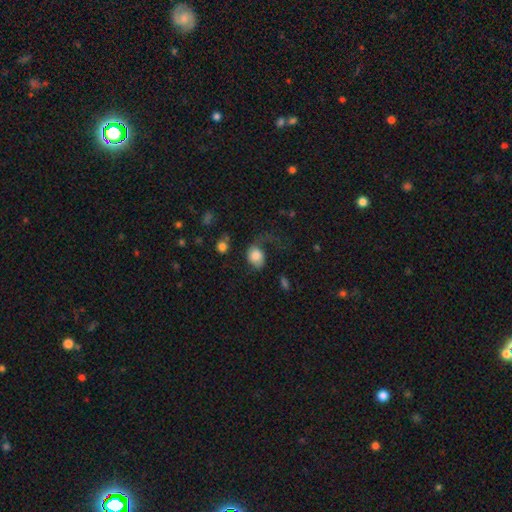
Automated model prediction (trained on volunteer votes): This is likely a smooth galaxy (73%). How rounded: likely in between (61%). Merging: marginally major disturbance (40%).